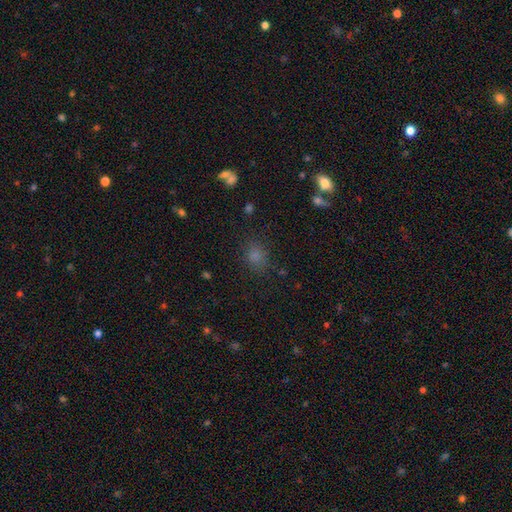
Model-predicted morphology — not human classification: smooth_or_featured: smooth (p=0.76) [alt: star or artifact p=0.18]
how_rounded: round (p=0.58) [alt: in between p=0.40]
merging: none (p=0.78) [alt: minor disturbance p=0.14]